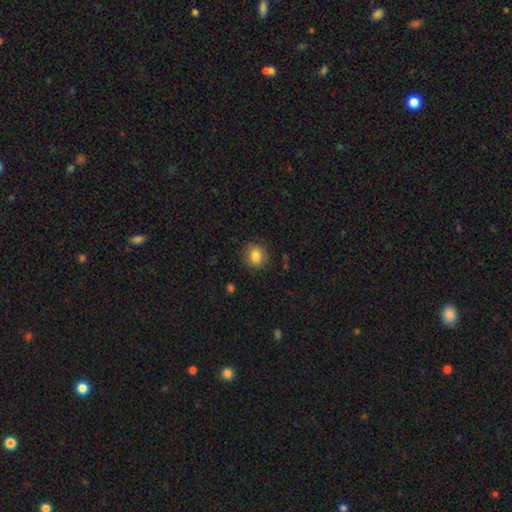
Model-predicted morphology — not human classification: Overall: smooth (83%). How rounded: round (77%). Merging: none (87%).